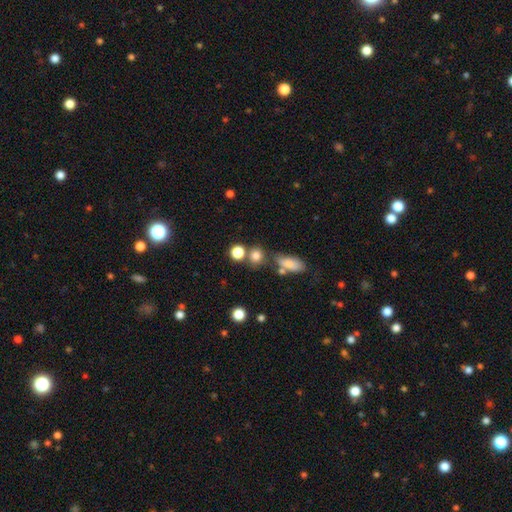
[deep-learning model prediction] A smooth galaxy with no disk features (79%) that is round (79%). Merging: none (62%).